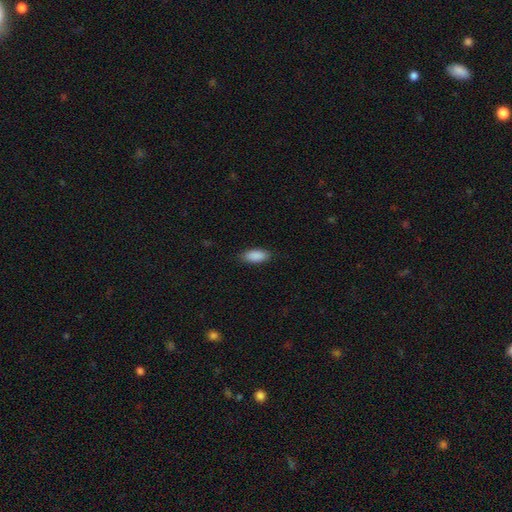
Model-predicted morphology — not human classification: A smooth galaxy with no disk features (90%) that is in between round and cigar-shaped (88%).

Vote fractions:
- Smooth or featured? smooth: 90% / star or artifact: 6% / featured or disk: 3%
- How rounded? in between: 88% / cigar-shaped: 10% / round: 2%
- Merging? none: 86% / minor disturbance: 10% / major disturbance: 2% / merger: 1%